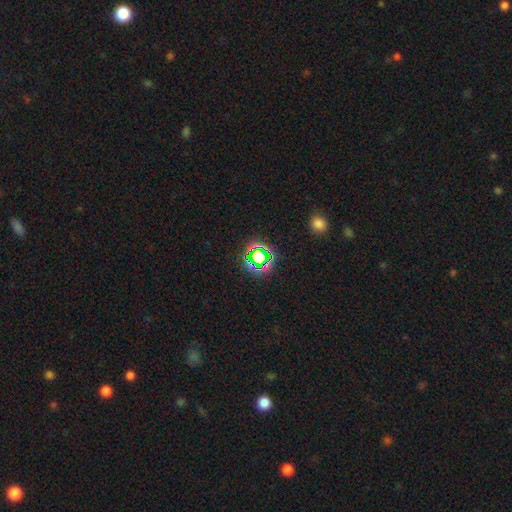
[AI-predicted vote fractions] star or artifact 63%, smooth 27%, featured or disk 11%.